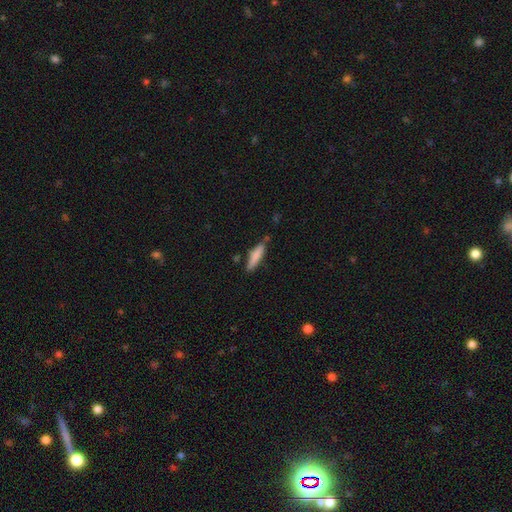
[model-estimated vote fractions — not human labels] This is likely a smooth galaxy (75%). How rounded: likely cigar-shaped (79%). Merging: likely none (71%).